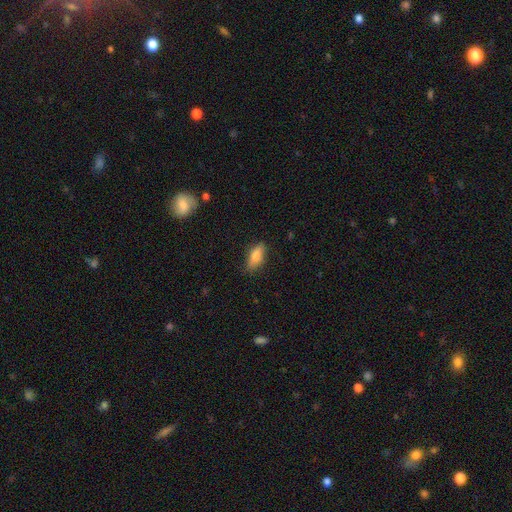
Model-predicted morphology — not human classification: Overall: smooth (80%). How rounded: in between (78%). Merging: none (79%).